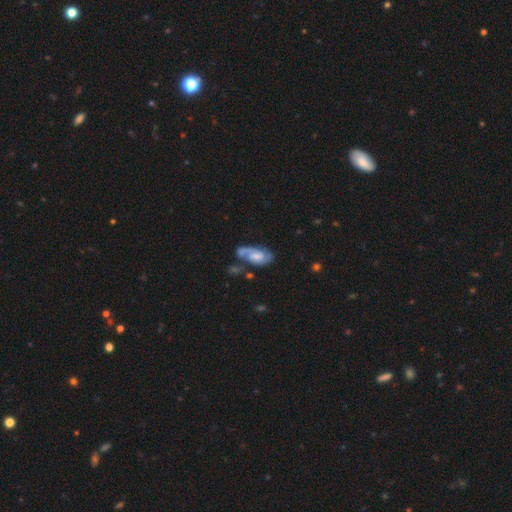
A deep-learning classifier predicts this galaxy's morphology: type=featured or disk (73%); edge-on=no (96%); bar=no (45%); spiral arms=yes (91%); winding=medium (47%); arm count=2 (72%); bulge=moderate (35%); merging=none (45%).